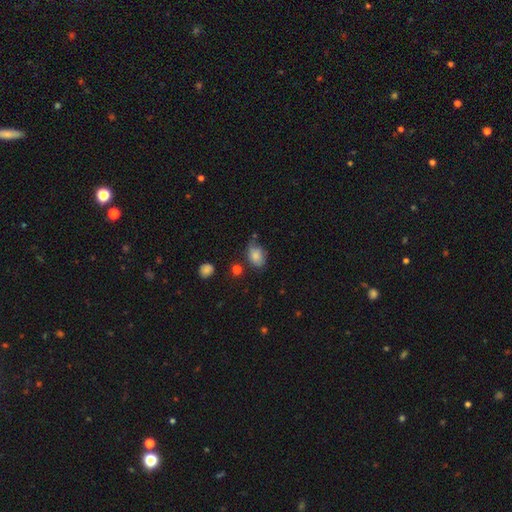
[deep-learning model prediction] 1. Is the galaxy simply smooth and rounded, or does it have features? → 78% smooth, 13% featured or disk, 9% star or artifact.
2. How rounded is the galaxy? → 80% in between, 18% round, 1% cigar-shaped.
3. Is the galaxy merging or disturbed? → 51% none, 34% minor disturbance, 10% major disturbance, 5% merger.